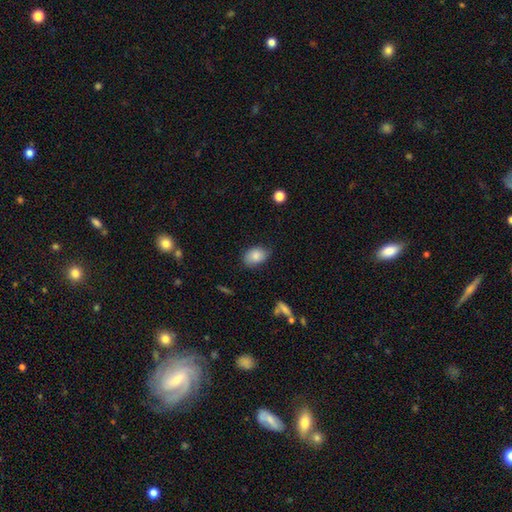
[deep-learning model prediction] Smooth or featured? smooth (81%)
How rounded? in between (83%)
Merging? none (66%)